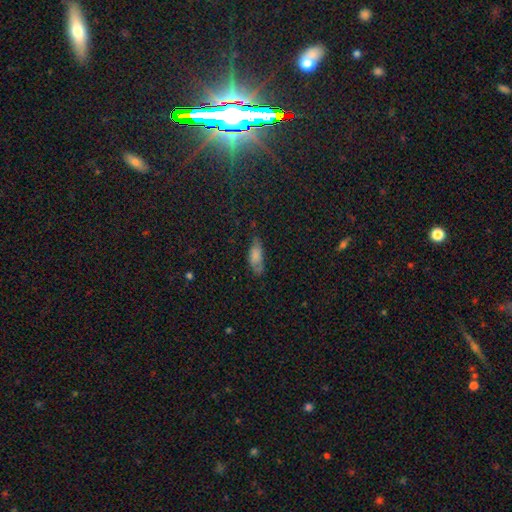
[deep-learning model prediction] A smooth galaxy with no disk features (75%) that is in between round and cigar-shaped (74%). Merging: none (62%).